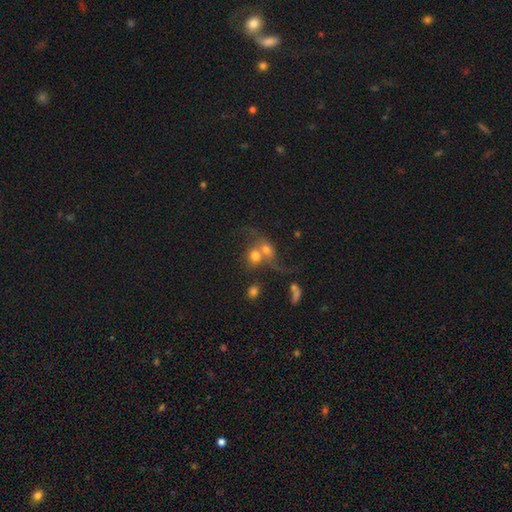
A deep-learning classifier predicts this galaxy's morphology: Smooth or featured: smooth — 62% (featured or disk — 25%)
How rounded: round — 67% (in between — 32%)
Merging: merger — 68% (none — 17%)